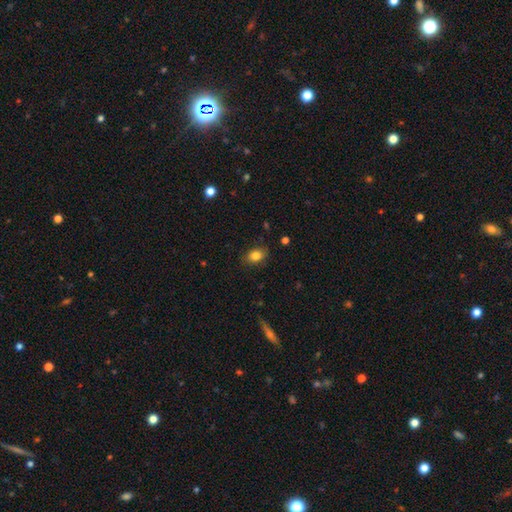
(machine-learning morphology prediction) smooth-or-featured: smooth: 83% | star or artifact: 10% | featured or disk: 7%
  how-rounded: in between: 70% | round: 29% | cigar-shaped: 1%
  merging: none: 83% | minor disturbance: 13% | major disturbance: 3% | merger: 1%